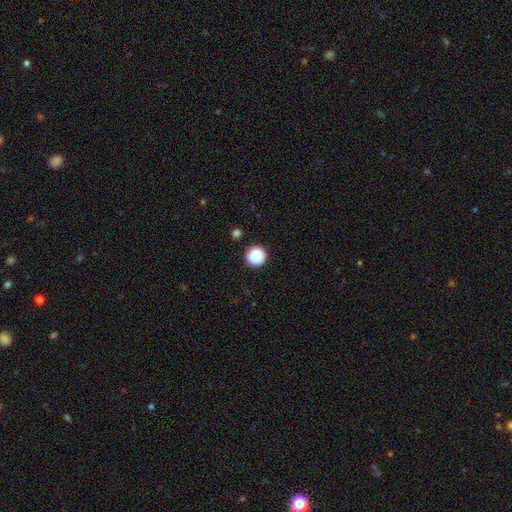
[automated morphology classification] Q: Smooth or featured?
A: smooth (88%); runner-up: star or artifact (9%)
Q: How rounded?
A: round (96%); runner-up: in between (3%)
Q: Merging?
A: none (90%); runner-up: minor disturbance (6%)